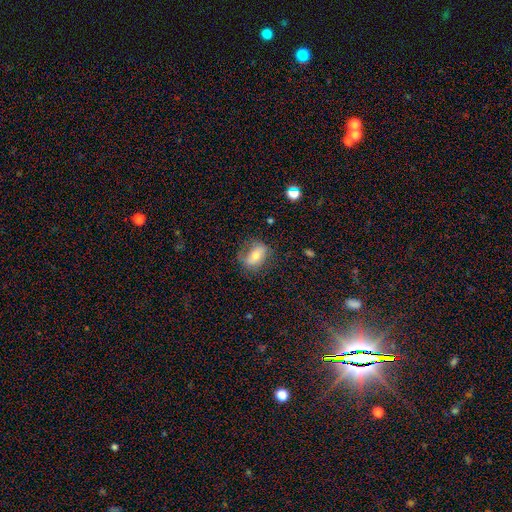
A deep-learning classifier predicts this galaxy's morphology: smooth_or_featured: smooth (p=0.58) [alt: featured or disk p=0.33]
how_rounded: in between (p=0.77) [alt: round p=0.18]
merging: none (p=0.66) [alt: minor disturbance p=0.22]